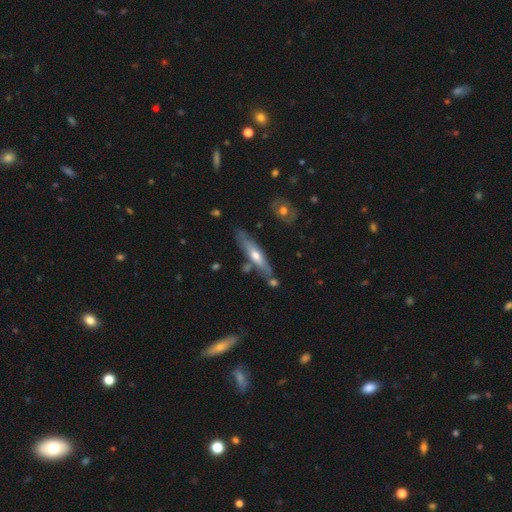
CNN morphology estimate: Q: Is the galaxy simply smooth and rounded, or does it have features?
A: featured or disk — 56%.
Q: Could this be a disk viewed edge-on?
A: yes — 76%.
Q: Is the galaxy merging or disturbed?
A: none — 73%.